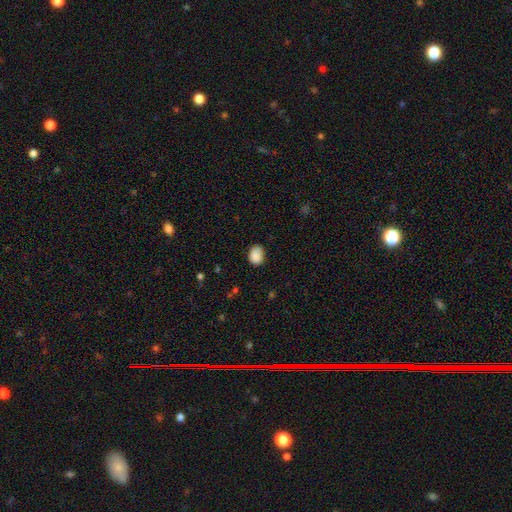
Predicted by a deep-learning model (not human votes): The model was most divided on "how rounded": in between: 63%, round: 36%, cigar-shaped: 1%. More confident: smooth or featured — smooth (88%); merging — none (74%).